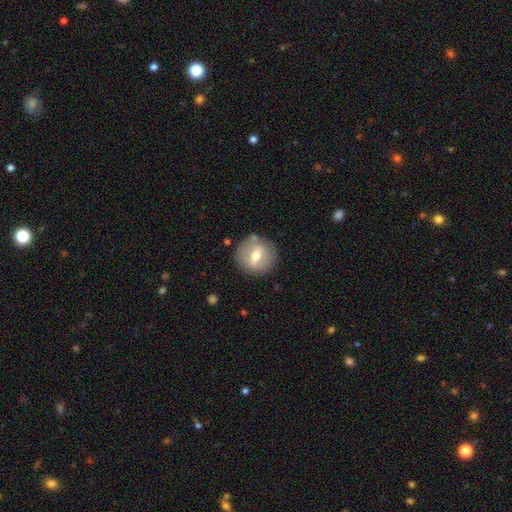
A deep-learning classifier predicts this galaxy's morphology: Q: Smooth or featured?
A: smooth (48%); runner-up: featured or disk (44%)
Q: Merging?
A: none (83%); runner-up: minor disturbance (11%)